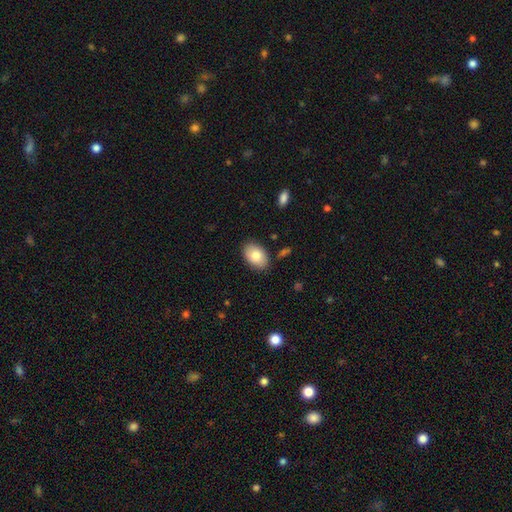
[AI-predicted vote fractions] The model was most divided on "smooth or featured": smooth: 82%, featured or disk: 11%, star or artifact: 6%. More confident: how rounded — in between (88%); merging — none (85%).